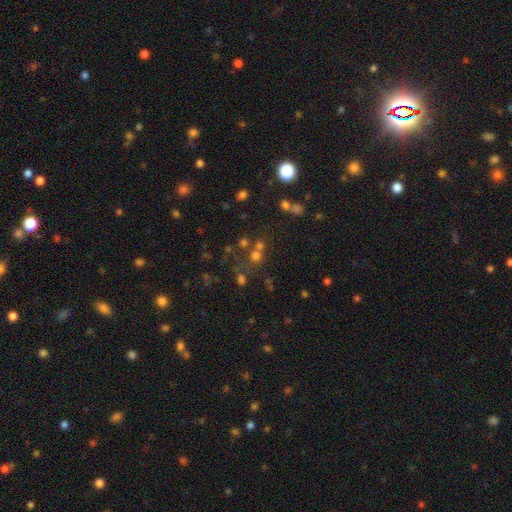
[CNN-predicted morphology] Smooth or featured: smooth — 58% (star or artifact — 30%)
How rounded: round — 87% (in between — 12%)
Merging: none — 55% (merger — 30%)